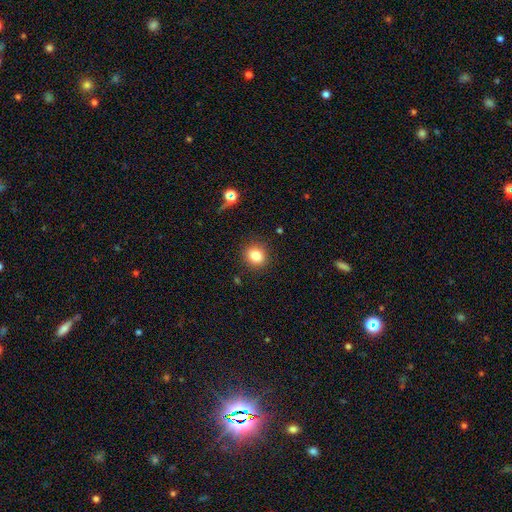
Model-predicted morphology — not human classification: smooth_or_featured: smooth (p=0.82) [alt: star or artifact p=0.12]
how_rounded: round (p=0.79) [alt: in between p=0.20]
merging: none (p=0.88) [alt: minor disturbance p=0.08]